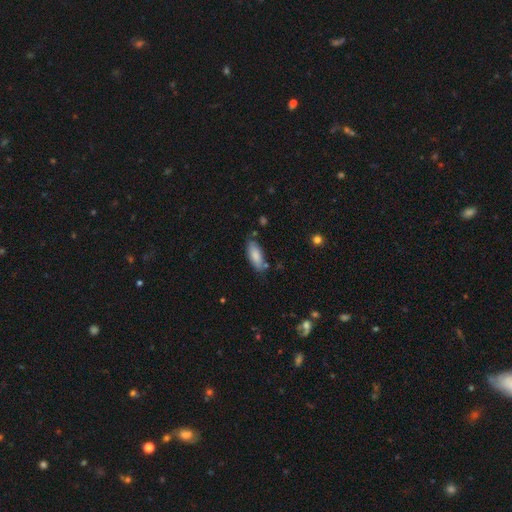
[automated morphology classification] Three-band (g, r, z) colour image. It shows a smooth galaxy with no disk features (83%) that is in between round and cigar-shaped (76%). Merging: none (76%).